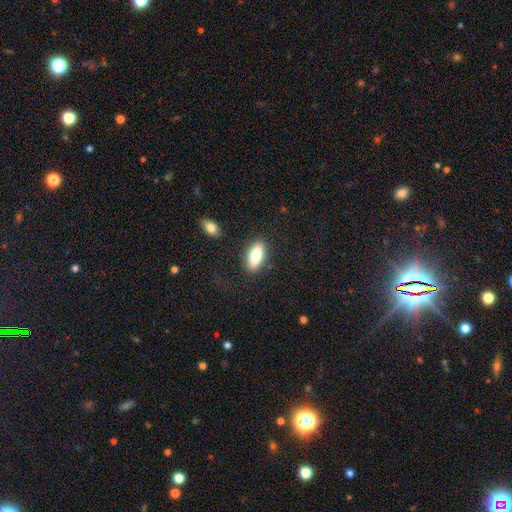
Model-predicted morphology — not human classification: smooth 78%, featured or disk 16%, star or artifact 7%. Down the decision tree: how rounded — in between (83%); merging — none (84%).